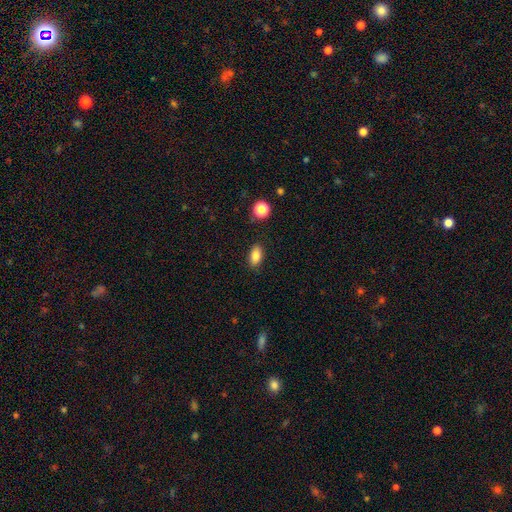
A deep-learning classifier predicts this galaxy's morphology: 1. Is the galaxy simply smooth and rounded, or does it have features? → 85% smooth, 9% star or artifact, 6% featured or disk.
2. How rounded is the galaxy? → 88% in between, 7% round, 5% cigar-shaped.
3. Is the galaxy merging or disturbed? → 87% none, 9% minor disturbance, 2% major disturbance, 1% merger.